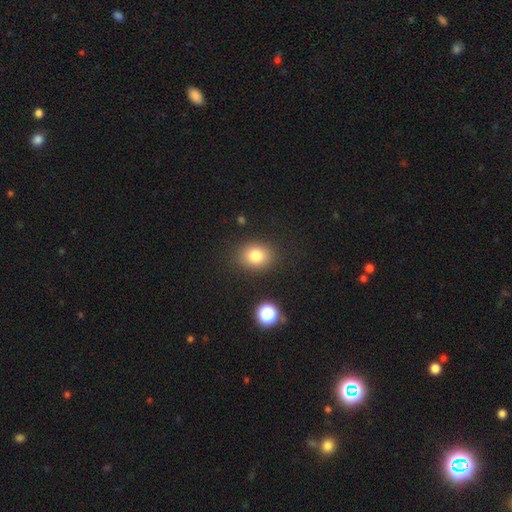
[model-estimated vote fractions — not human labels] Smooth or featured? Predicted: smooth (p=0.81). How rounded? Predicted: round (p=0.56). Merging? Predicted: none (p=0.86).